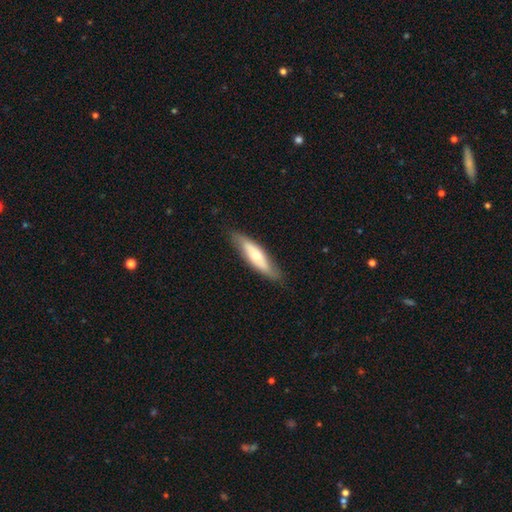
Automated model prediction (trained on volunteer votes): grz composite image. It shows a smooth galaxy with no disk features (52%) that is cigar-shaped (67%). Merging: none (84%).